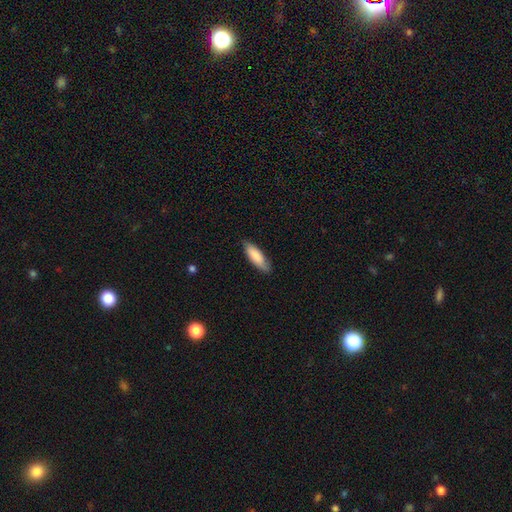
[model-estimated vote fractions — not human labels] A smooth galaxy with no disk features (81%) that is in between round and cigar-shaped (58%). Merging: none (80%).